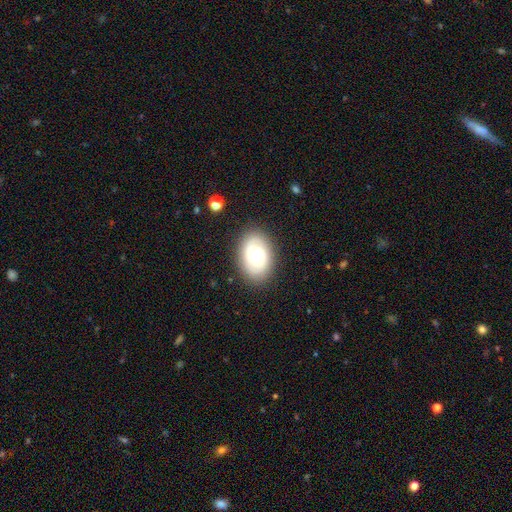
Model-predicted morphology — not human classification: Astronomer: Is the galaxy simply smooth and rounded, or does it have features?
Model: smooth — 59%.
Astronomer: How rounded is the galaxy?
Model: in between — 80%.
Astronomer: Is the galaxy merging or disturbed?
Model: none — 83%.